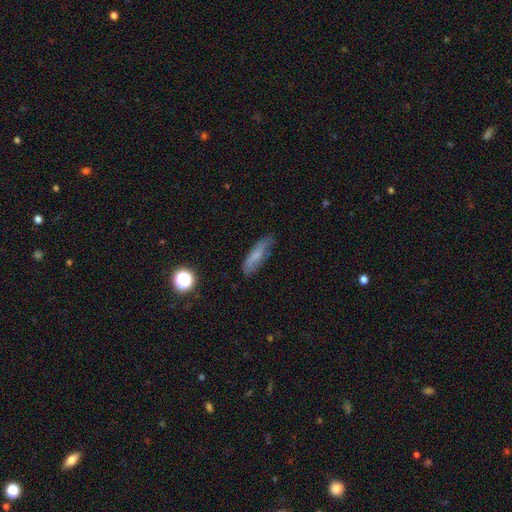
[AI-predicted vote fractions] Overall: smooth (68%). How rounded: cigar-shaped (64%; in between 34%). Merging: none (73%).